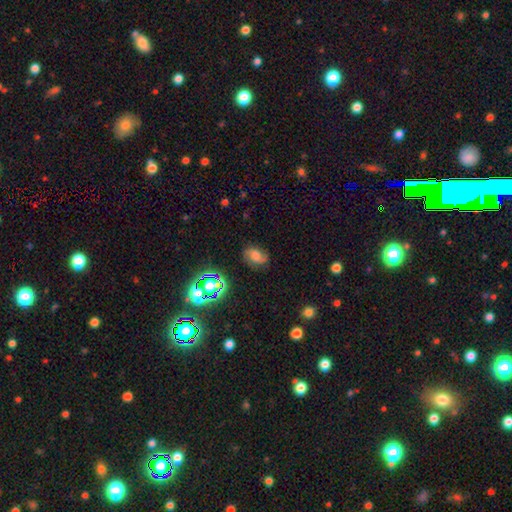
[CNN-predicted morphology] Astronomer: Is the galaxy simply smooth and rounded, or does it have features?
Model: featured or disk — 52% (runner-up: smooth, 31%).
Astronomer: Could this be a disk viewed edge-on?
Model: no — 96%.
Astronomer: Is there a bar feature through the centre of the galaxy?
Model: no — 53% (runner-up: weak, 36%).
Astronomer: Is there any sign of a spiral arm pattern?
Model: yes — 90%.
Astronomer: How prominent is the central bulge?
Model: moderate — 45% (runner-up: small, 25%).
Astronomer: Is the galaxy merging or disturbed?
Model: none — 74%.